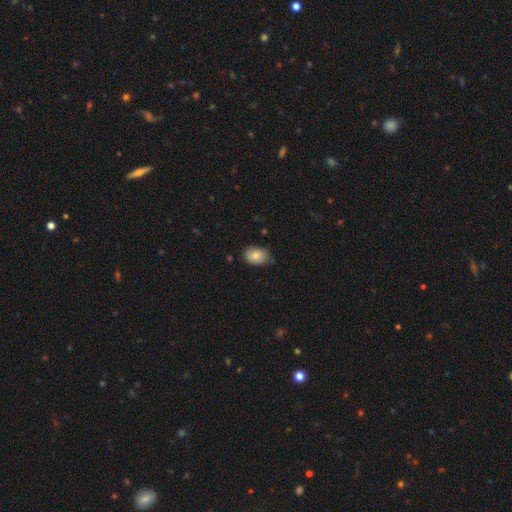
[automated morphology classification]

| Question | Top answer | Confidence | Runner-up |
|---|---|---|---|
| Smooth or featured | smooth | 85% | featured or disk (8%) |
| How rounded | in between | 81% | round (18%) |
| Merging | none | 69% | minor disturbance (26%) |